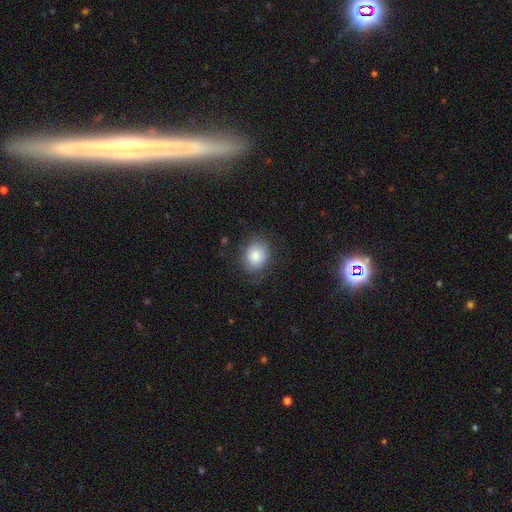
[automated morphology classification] smooth-or-featured: smooth: 81% | featured or disk: 11% | star or artifact: 8%
  how-rounded: round: 64% | in between: 35% | cigar-shaped: 1%
  merging: none: 75% | minor disturbance: 17% | major disturbance: 8% | merger: 1%